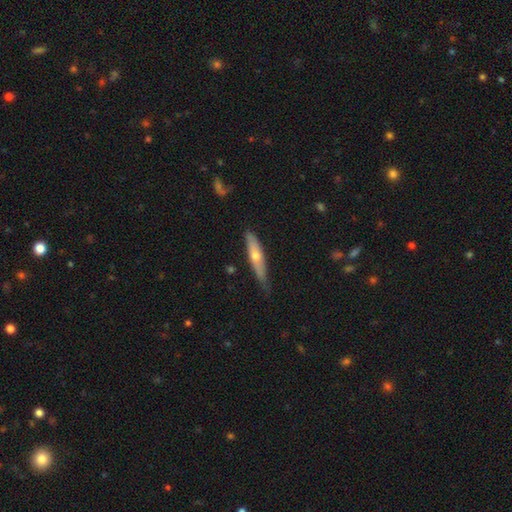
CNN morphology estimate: smooth-or-featured: smooth: 48% | featured or disk: 47% | star or artifact: 5%
  merging: none: 67% | minor disturbance: 27% | major disturbance: 4% | merger: 2%